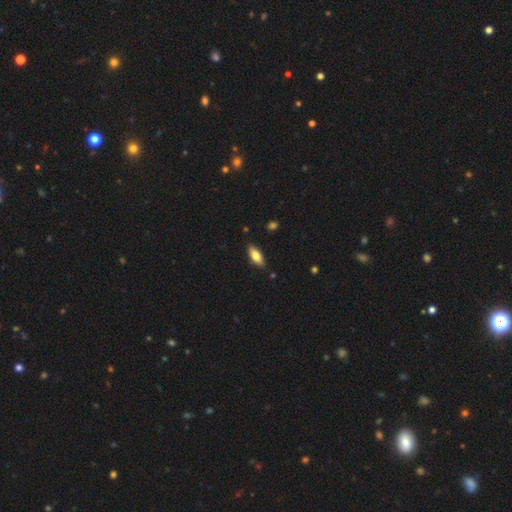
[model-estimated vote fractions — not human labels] smooth 76%, featured or disk 18%, star or artifact 6%. Down the decision tree: how rounded — in between (74%); merging — none (85%).